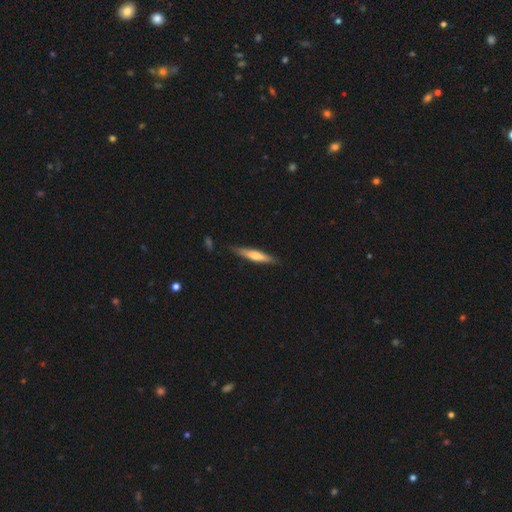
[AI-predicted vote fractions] Q: Smooth or featured?
A: smooth (58%); runner-up: featured or disk (37%)
Q: How rounded?
A: cigar-shaped (89%); runner-up: in between (9%)
Q: Merging?
A: none (83%); runner-up: minor disturbance (14%)